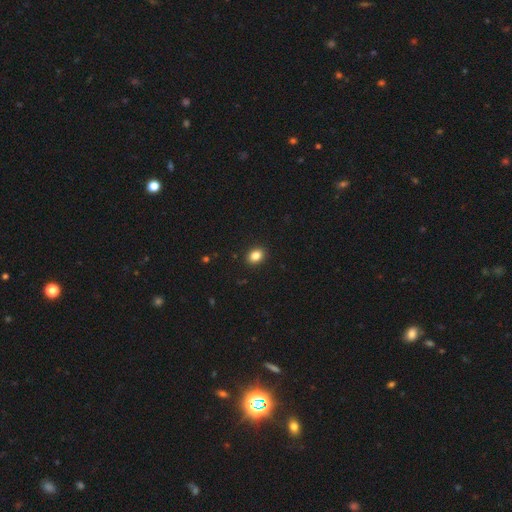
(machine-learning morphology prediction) Smooth or featured: smooth — 85% (star or artifact — 10%)
How rounded: in between — 58% (round — 41%)
Merging: none — 91% (minor disturbance — 6%)